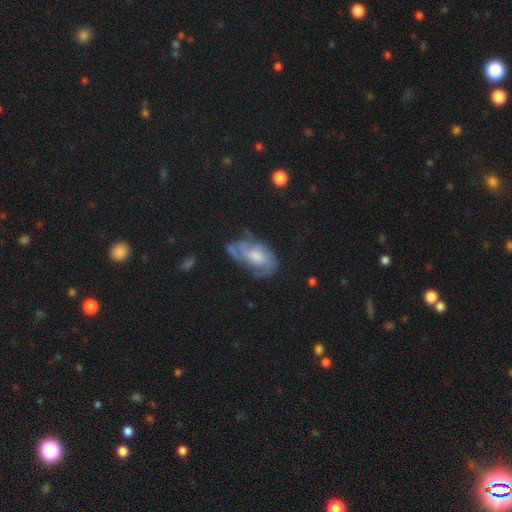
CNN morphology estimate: smooth_or_featured: featured or disk (p=0.68) [alt: smooth p=0.23]
disk_edge_on: no (p=0.95) [alt: yes p=0.05]
bar: no (p=0.63) [alt: weak p=0.31]
has_spiral_arms: yes (p=0.81) [alt: no p=0.19]
spiral_winding: medium (p=0.42) [alt: tight p=0.40]
spiral_arm_count: can't tell (p=0.37) [alt: 2 p=0.35]
bulge_size: moderate (p=0.48) [alt: small p=0.25]
merging: none (p=0.52) [alt: minor disturbance p=0.26]